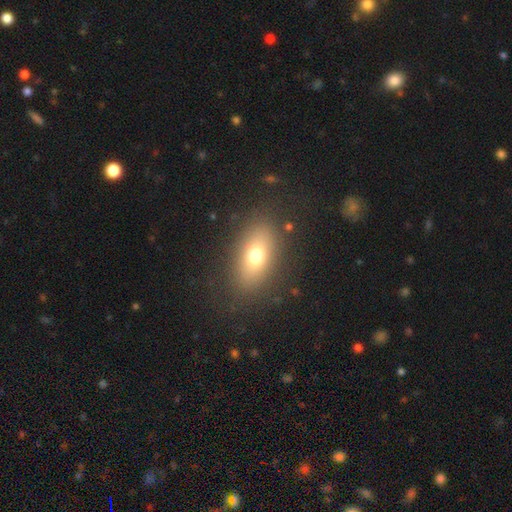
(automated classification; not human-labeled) smooth 71%, featured or disk 16%, star or artifact 13%. Down the decision tree: how rounded — in between (80%); merging — none (84%).